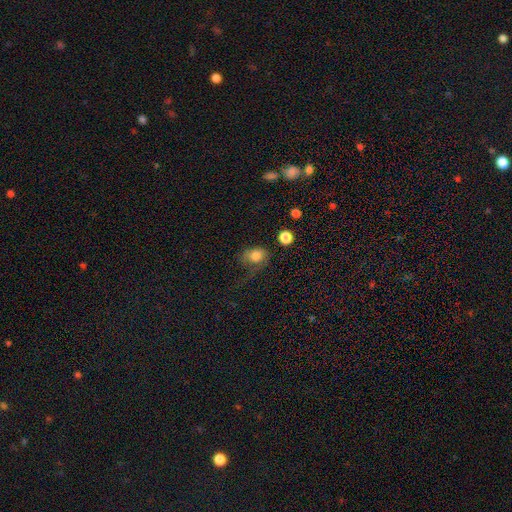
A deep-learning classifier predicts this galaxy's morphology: Smooth or featured? Predicted: smooth (p=0.77). How rounded? Predicted: in between (p=0.51). Merging? Predicted: major disturbance (p=0.37).